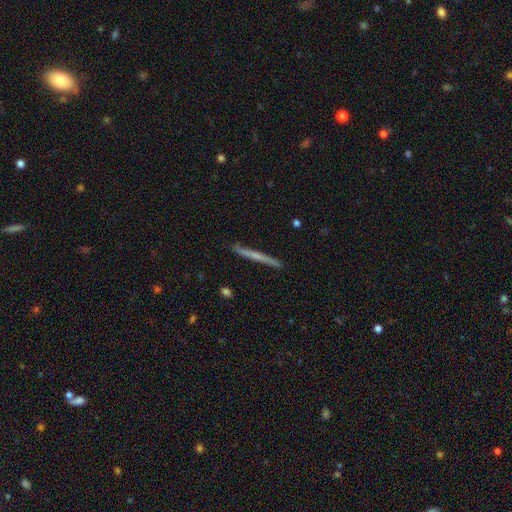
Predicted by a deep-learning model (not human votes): Smooth or featured: featured or disk — 59% (smooth — 35%)
Edge-on disk: yes — 97% (no — 3%)
Edge-on bulge: none — 54% (rounded — 39%)
Merging: none — 88% (minor disturbance — 9%)